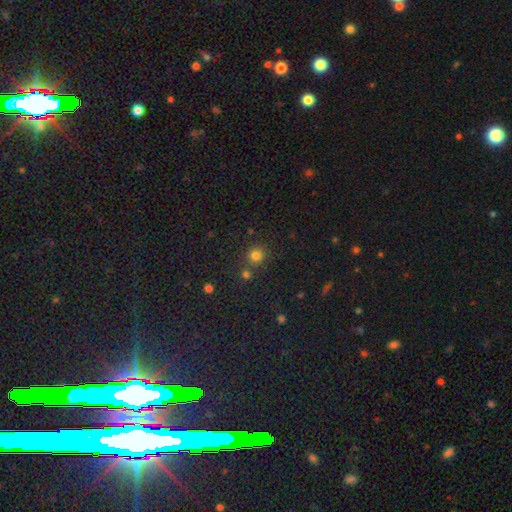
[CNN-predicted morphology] Smooth or featured? smooth (77%)
How rounded? round (89%)
Merging? none (75%)